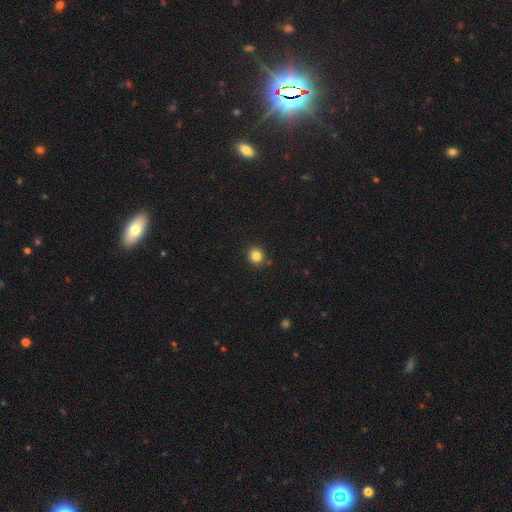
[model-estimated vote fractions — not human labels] smooth-or-featured: smooth: 84% | star or artifact: 12% | featured or disk: 5%
  how-rounded: round: 89% | in between: 10% | cigar-shaped: 1%
  merging: none: 88% | minor disturbance: 7% | merger: 3% | major disturbance: 2%